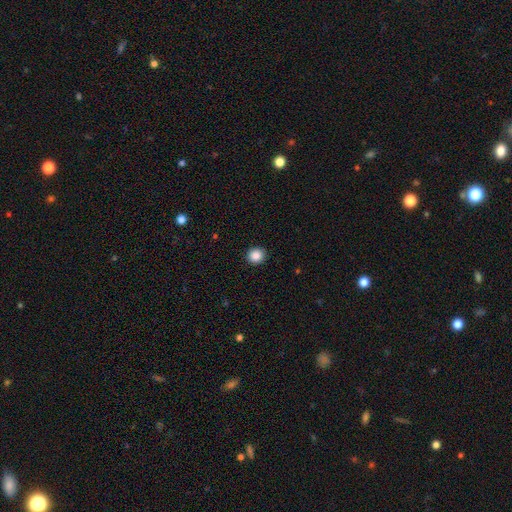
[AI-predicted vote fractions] Overall: smooth (87%). How rounded: round (89%). Merging: none (92%).